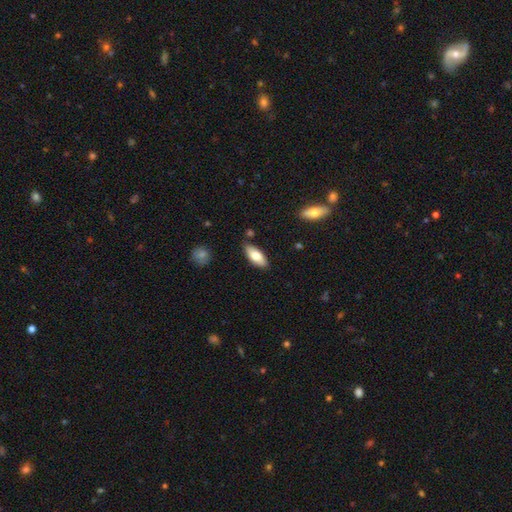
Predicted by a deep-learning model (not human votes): Morphology: type=smooth (77%); roundness=in between (80%); merging=none (82%).